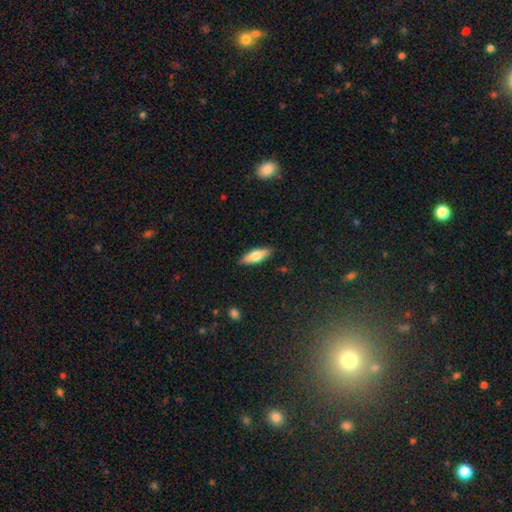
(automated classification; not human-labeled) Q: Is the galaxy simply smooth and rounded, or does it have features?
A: smooth — 65%.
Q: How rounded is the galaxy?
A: in between — 51%.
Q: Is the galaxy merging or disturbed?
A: none — 88%.